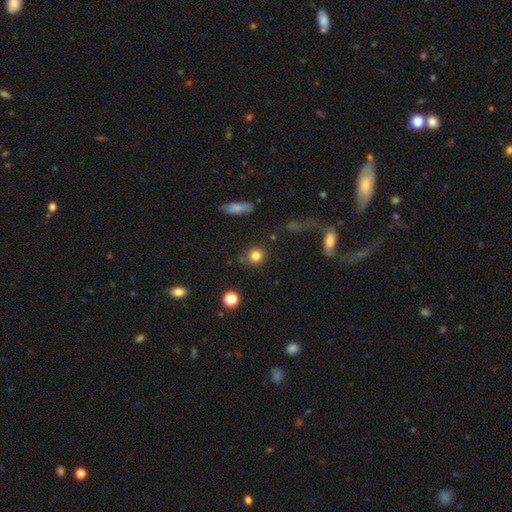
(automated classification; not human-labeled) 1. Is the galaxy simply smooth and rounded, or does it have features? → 81% smooth, 12% star or artifact, 6% featured or disk.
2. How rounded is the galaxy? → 89% round, 9% in between, 1% cigar-shaped.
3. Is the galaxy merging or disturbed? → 81% none, 10% minor disturbance, 6% merger, 4% major disturbance.